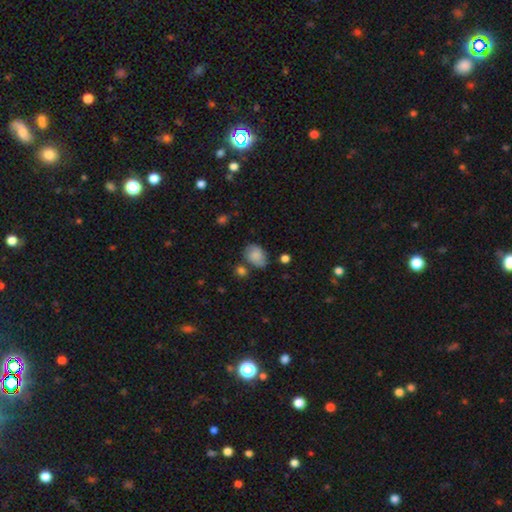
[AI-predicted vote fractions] A smooth galaxy with no disk features (78%) that is in between round and cigar-shaped (74%).

Vote fractions:
- Smooth or featured? smooth: 78% / featured or disk: 14% / star or artifact: 8%
- How rounded? in between: 74% / round: 25% / cigar-shaped: 1%
- Merging? none: 60% / minor disturbance: 24% / merger: 8% / major disturbance: 7%